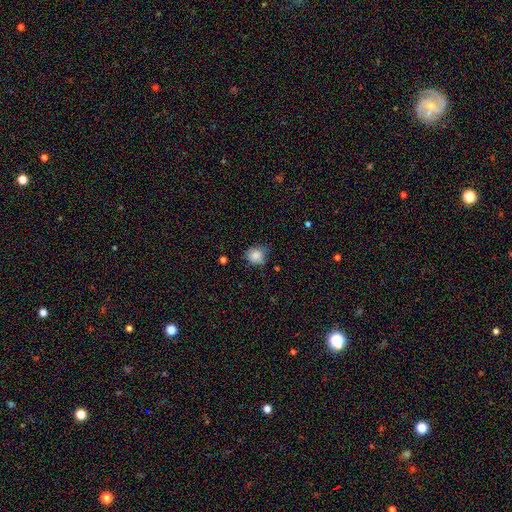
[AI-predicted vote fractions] Overall: smooth (84%). How rounded: round (78%). Merging: none (63%; minor disturbance 29%).